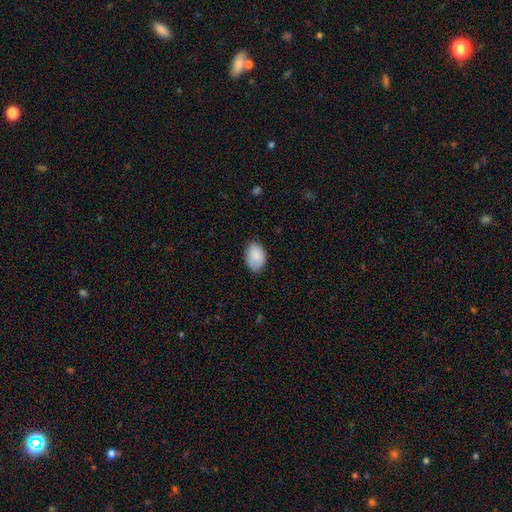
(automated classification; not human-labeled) Q: Smooth or featured?
A: smooth (87%); runner-up: star or artifact (6%)
Q: How rounded?
A: in between (88%); runner-up: round (11%)
Q: Merging?
A: none (79%); runner-up: minor disturbance (17%)